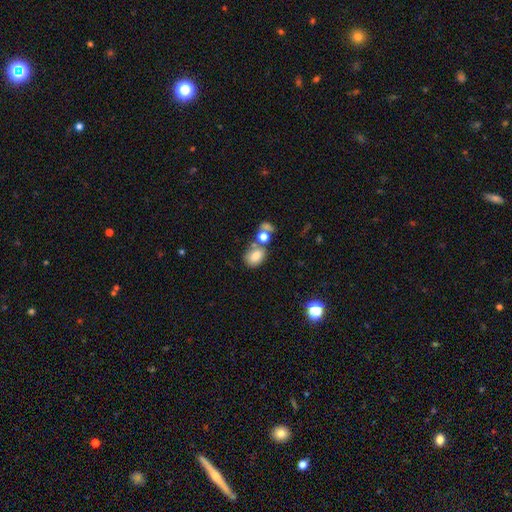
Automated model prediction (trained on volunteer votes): The model was most divided on "merging": none: 47%, merger: 31%, minor disturbance: 15%, major disturbance: 7%. More confident: smooth or featured — smooth (77%); how rounded — in between (70%).